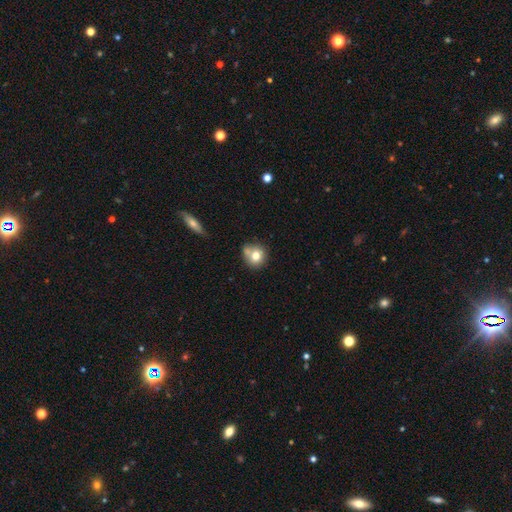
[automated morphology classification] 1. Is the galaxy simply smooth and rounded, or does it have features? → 75% smooth, 15% featured or disk, 10% star or artifact.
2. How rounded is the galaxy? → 86% round, 13% in between, 1% cigar-shaped.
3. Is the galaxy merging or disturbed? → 59% none, 19% merger, 17% minor disturbance, 5% major disturbance.